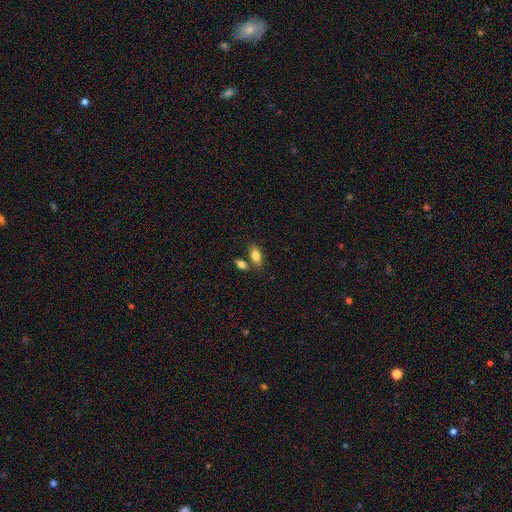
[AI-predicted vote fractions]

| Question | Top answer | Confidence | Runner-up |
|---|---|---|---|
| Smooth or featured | smooth | 82% | featured or disk (10%) |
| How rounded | in between | 89% | cigar-shaped (6%) |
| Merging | none | 64% | merger (21%) |